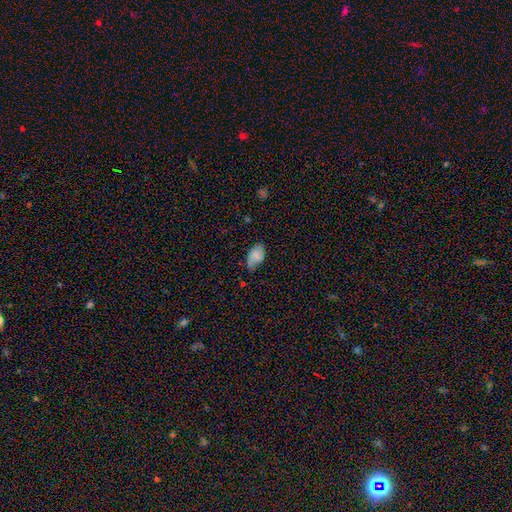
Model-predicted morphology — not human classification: type=smooth (63%); roundness=in between (93%); merging=none (54%).